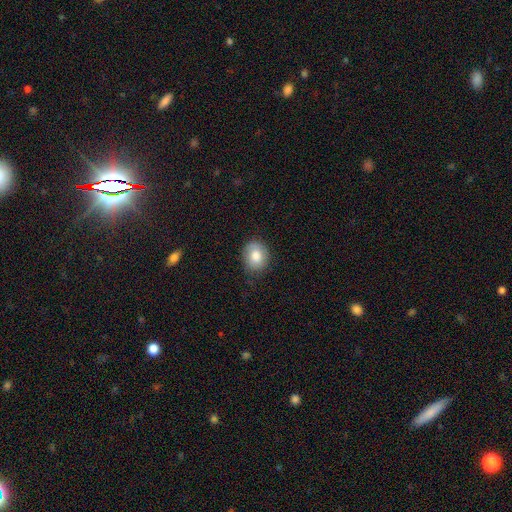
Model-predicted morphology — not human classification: smooth_or_featured: smooth (p=0.80) [alt: featured or disk p=0.12]
how_rounded: round (p=0.63) [alt: in between p=0.36]
merging: none (p=0.73) [alt: minor disturbance p=0.21]